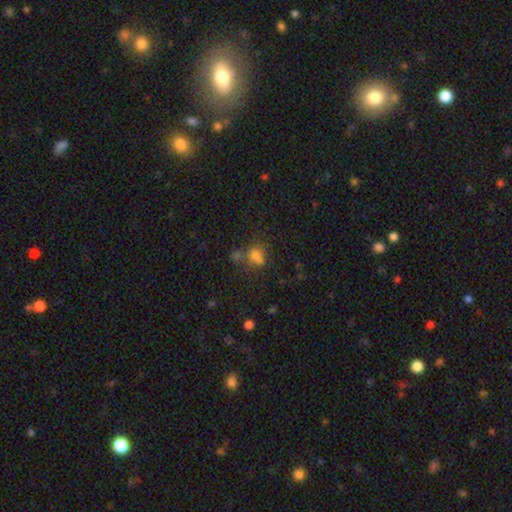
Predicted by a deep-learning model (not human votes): Morphology: type=smooth (67%); roundness=round (56%); merging=none (39%).